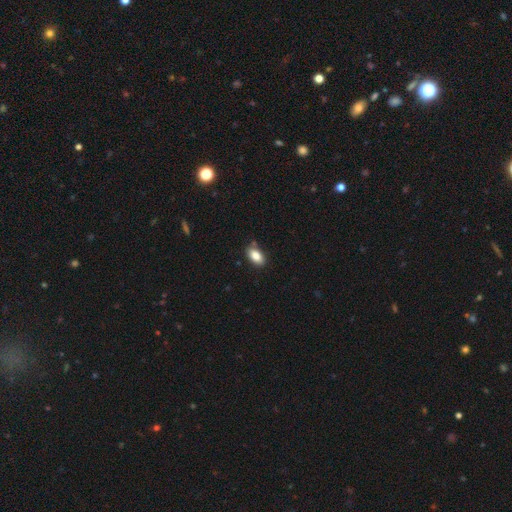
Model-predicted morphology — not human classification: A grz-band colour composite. It shows a smooth galaxy with no disk features (86%) that is in between round and cigar-shaped (92%). Merging: none (79%).